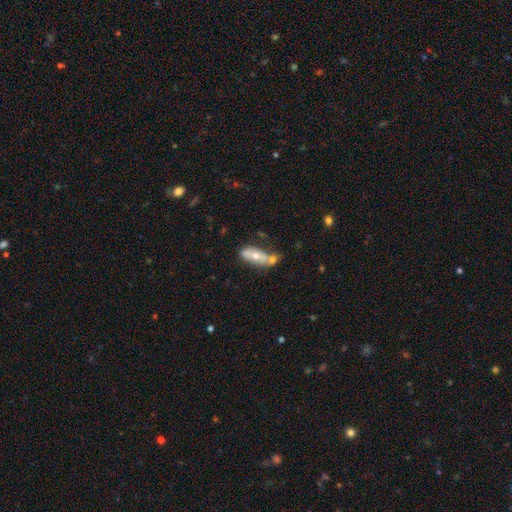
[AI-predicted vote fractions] Smooth or featured? Predicted: smooth (p=0.55). How rounded? Predicted: in between (p=0.72). Merging? Predicted: merger (p=0.40).